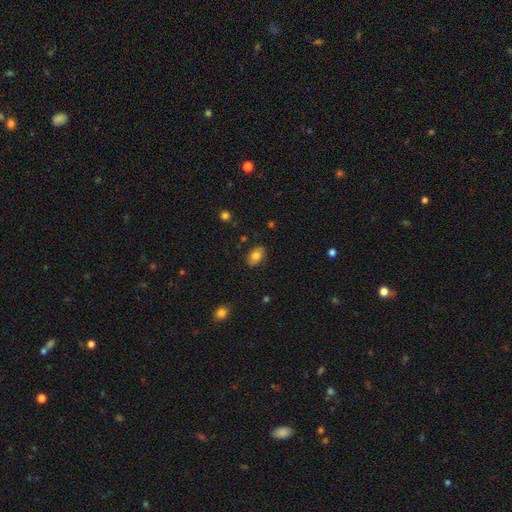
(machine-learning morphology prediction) Smooth or featured? smooth (80%)
How rounded? in between (86%)
Merging? none (84%)